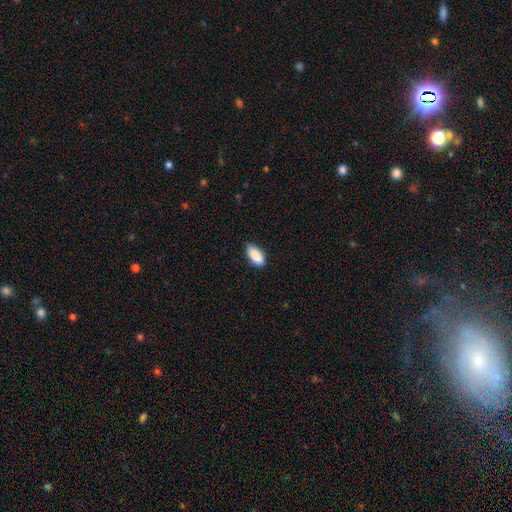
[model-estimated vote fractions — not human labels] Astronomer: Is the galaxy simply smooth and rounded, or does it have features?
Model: smooth — 90%.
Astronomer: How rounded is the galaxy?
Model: in between — 93%.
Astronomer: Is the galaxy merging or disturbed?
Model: none — 79%.